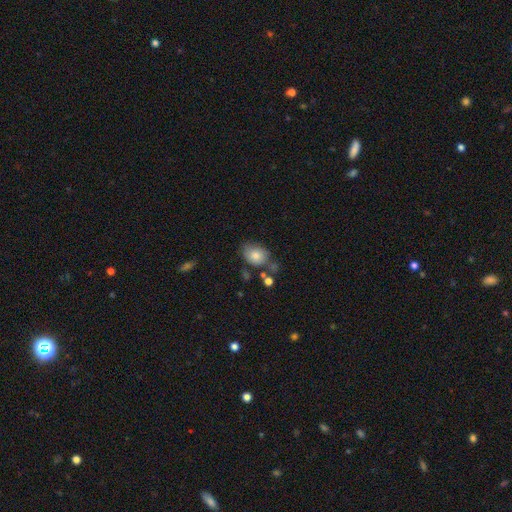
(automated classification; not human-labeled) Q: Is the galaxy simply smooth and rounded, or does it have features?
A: smooth — 80%.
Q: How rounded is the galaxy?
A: in between — 64%.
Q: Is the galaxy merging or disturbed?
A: none — 56%.